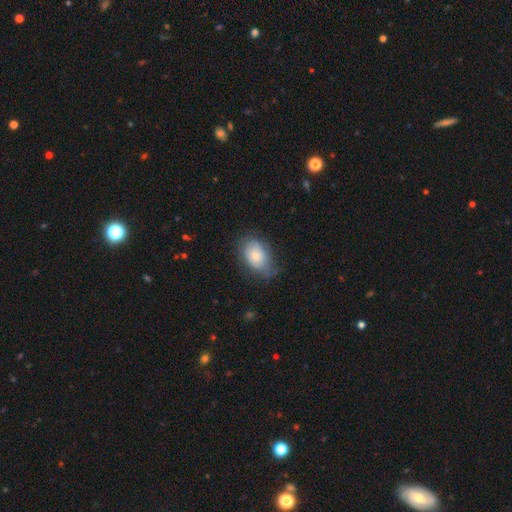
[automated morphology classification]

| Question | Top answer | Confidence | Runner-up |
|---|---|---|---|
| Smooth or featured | smooth | 70% | featured or disk (23%) |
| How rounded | in between | 83% | round (15%) |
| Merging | none | 55% | minor disturbance (33%) |